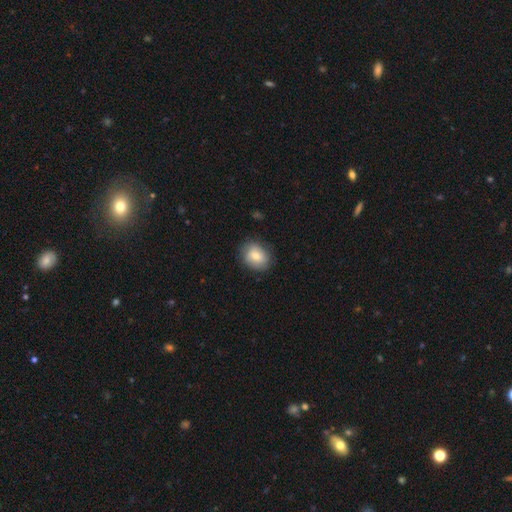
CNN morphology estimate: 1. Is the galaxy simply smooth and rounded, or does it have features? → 76% smooth, 16% featured or disk, 8% star or artifact.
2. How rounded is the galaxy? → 54% round, 45% in between, 1% cigar-shaped.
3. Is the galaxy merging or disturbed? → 81% none, 14% minor disturbance, 3% major disturbance, 1% merger.